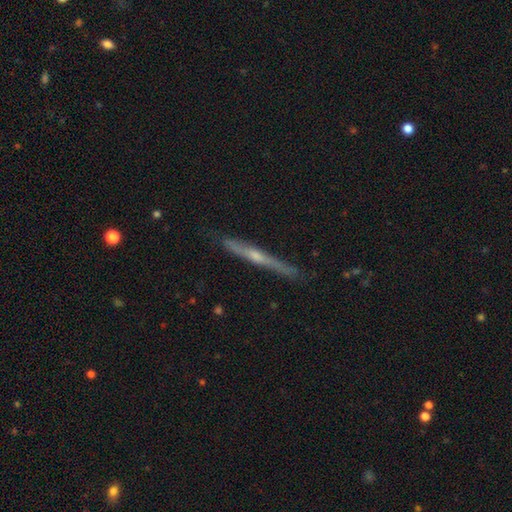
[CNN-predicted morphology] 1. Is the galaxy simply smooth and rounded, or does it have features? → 70% featured or disk, 24% smooth, 6% star or artifact.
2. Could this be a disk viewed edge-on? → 96% yes, 4% no.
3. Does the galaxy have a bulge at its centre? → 67% rounded, 28% none, 6% boxy.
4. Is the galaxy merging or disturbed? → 83% none, 14% minor disturbance, 2% major disturbance, 1% merger.